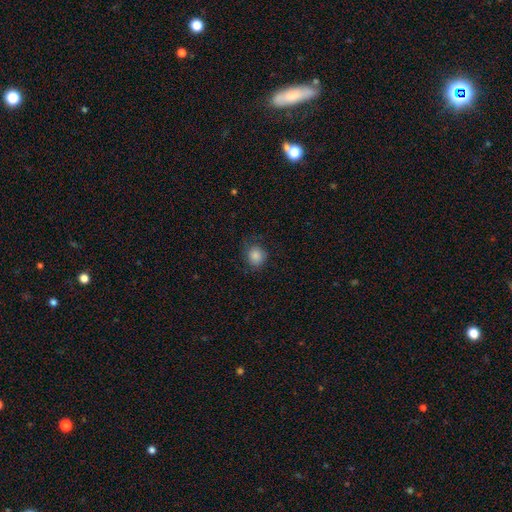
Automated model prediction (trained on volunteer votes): Q: Smooth or featured?
A: smooth (84%); runner-up: star or artifact (9%)
Q: How rounded?
A: round (80%); runner-up: in between (19%)
Q: Merging?
A: none (73%); runner-up: minor disturbance (19%)